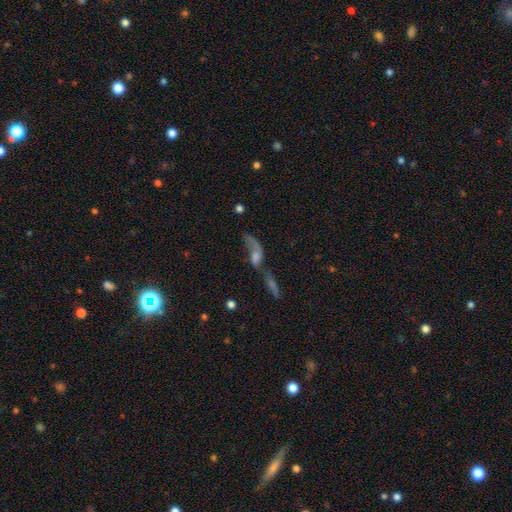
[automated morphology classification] The model was most divided on "smooth or featured": featured or disk: 48%, smooth: 34%, star or artifact: 18%. More confident: merging — merger (60%).